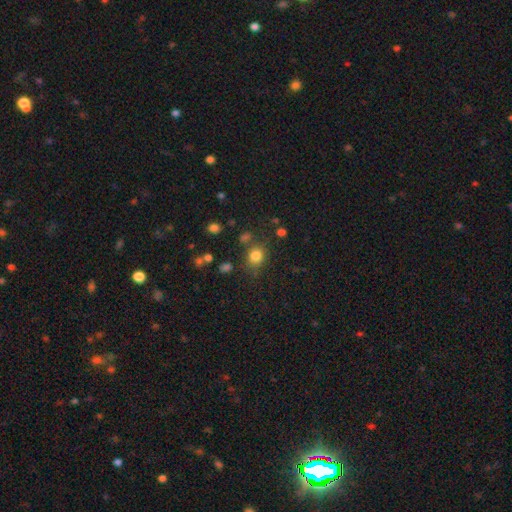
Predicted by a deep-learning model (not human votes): Smooth or featured? Predicted: smooth (p=0.80). How rounded? Predicted: round (p=0.70). Merging? Predicted: none (p=0.75).